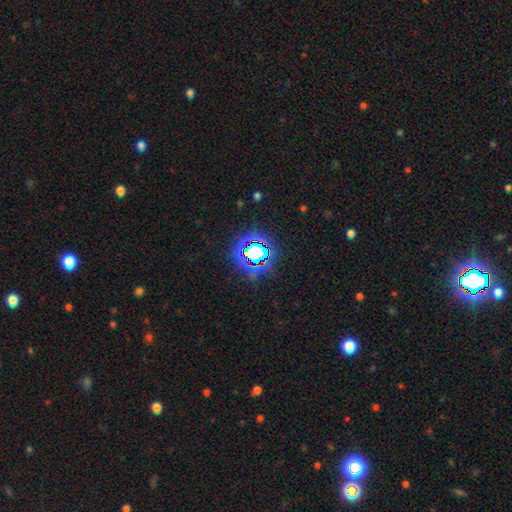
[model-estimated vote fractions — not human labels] A star or artifact, not a galaxy (70%).

Vote fractions:
- Smooth or featured? star or artifact: 70% / smooth: 19% / featured or disk: 11%